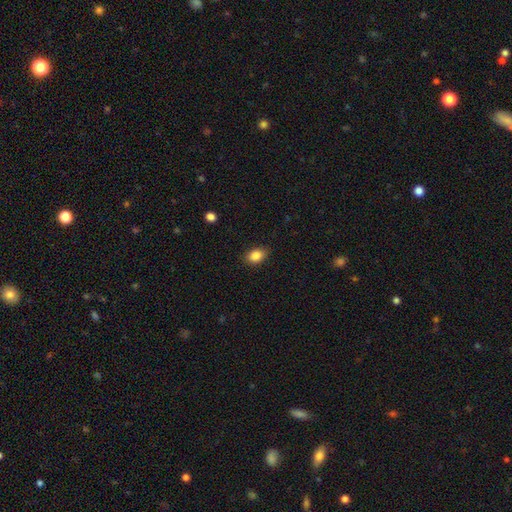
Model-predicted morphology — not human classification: smooth_or_featured: smooth (p=0.87) [alt: star or artifact p=0.09]
how_rounded: in between (p=0.79) [alt: round p=0.19]
merging: none (p=0.86) [alt: minor disturbance p=0.11]